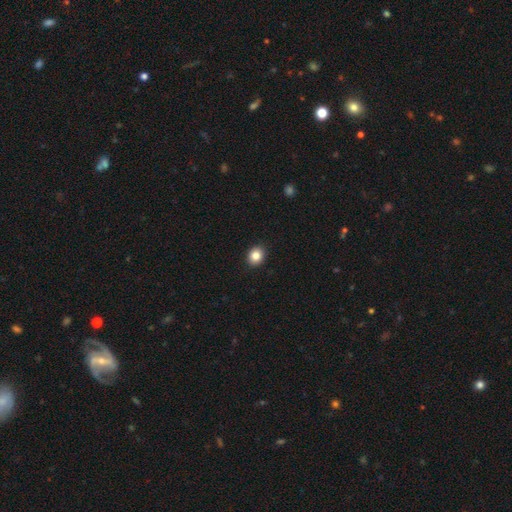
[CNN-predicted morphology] Smooth or featured?
  - smooth: 84% *
  - star or artifact: 10%
  - featured or disk: 6%
How rounded?
  - round: 60% *
  - in between: 39%
  - cigar-shaped: 1%
Merging?
  - none: 91% *
  - minor disturbance: 6%
  - major disturbance: 2%
  - merger: 1%